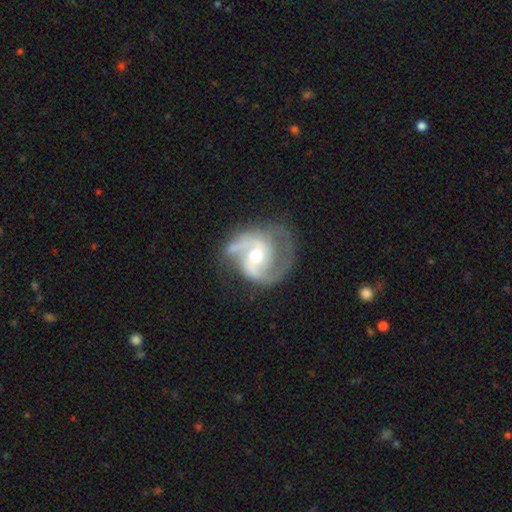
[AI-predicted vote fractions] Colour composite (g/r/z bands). It shows a featured or disk galaxy (87%) with no bar (53%), 2 (75%) medium (52%) spiral arms (96%) and a moderate central bulge (68%). Merging: none (61%).